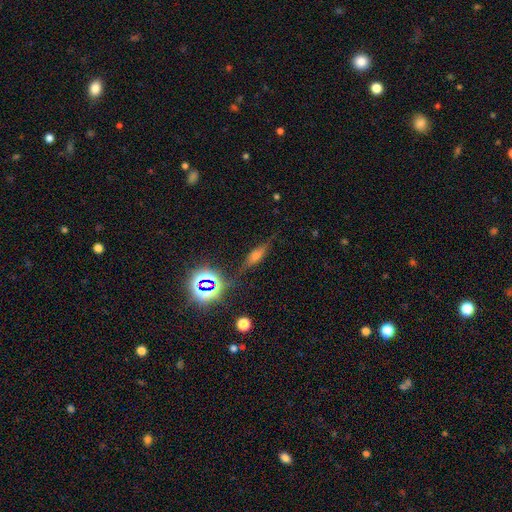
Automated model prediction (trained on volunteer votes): Smooth or featured? Predicted: smooth (p=0.41). Merging? Predicted: none (p=0.78).